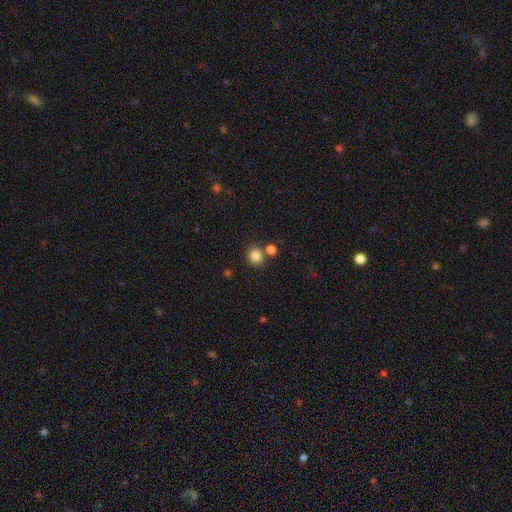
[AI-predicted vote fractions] Q: Smooth or featured?
A: smooth (84%); runner-up: star or artifact (11%)
Q: How rounded?
A: round (84%); runner-up: in between (15%)
Q: Merging?
A: none (73%); runner-up: merger (17%)